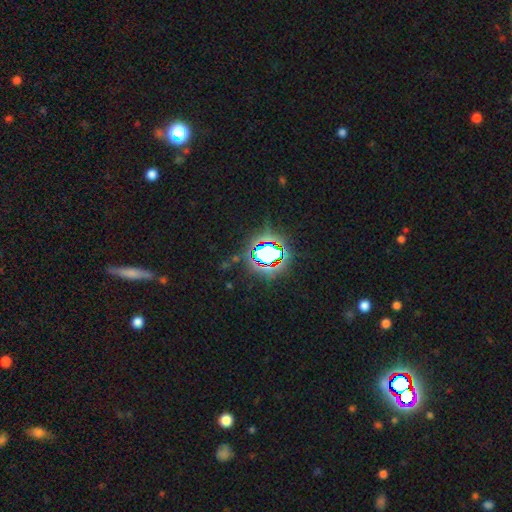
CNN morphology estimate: star or artifact 78%, smooth 13%, featured or disk 10%.